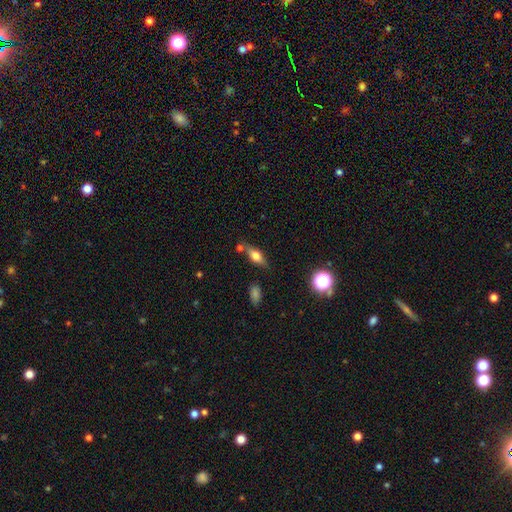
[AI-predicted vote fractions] Overall: smooth (60%; featured or disk 30%). How rounded: in between (66%; cigar-shaped 28%). Merging: none (66%).